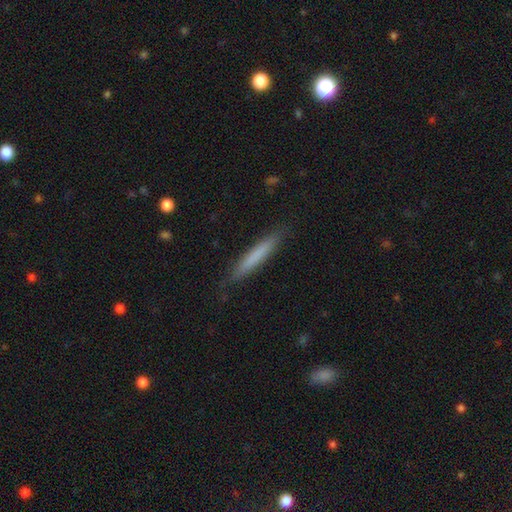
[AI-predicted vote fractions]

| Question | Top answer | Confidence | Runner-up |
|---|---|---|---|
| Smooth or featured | smooth | 71% | featured or disk (23%) |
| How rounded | cigar-shaped | 95% | in between (4%) |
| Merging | none | 86% | minor disturbance (11%) |